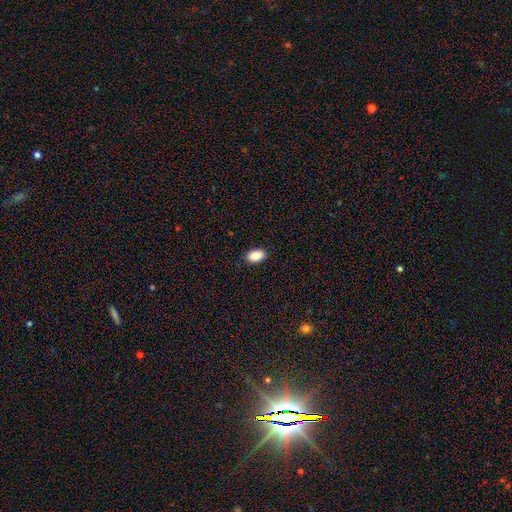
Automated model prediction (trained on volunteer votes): smooth 89%, star or artifact 7%, featured or disk 3%. Down the decision tree: how rounded — in between (91%); merging — none (89%).